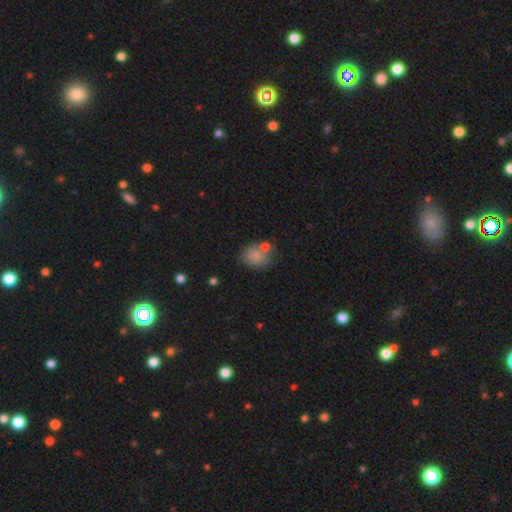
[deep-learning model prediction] Smooth or featured?
  - smooth: 78% *
  - featured or disk: 12%
  - star or artifact: 10%
How rounded?
  - in between: 56% *
  - round: 43%
  - cigar-shaped: 1%
Merging?
  - none: 49% *
  - merger: 23%
  - minor disturbance: 19%
  - major disturbance: 8%